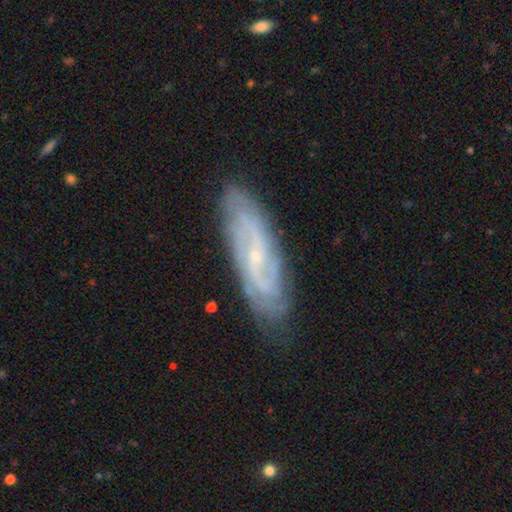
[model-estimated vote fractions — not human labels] smooth-or-featured: featured or disk: 81% | smooth: 12% | star or artifact: 6%
  disk-edge-on: no: 85% | yes: 15%
    bar: no: 44% | weak: 42% | strong: 14%
    has-spiral-arms: yes: 95% | no: 5%
      spiral-winding: tight: 47% | medium: 39% | loose: 15%
      spiral-arm-count: 2: 42% | can't tell: 29% | 3: 12% | 4: 8% | more than 4: 5% | 1: 4%
    bulge-size: small: 80% | moderate: 13% | none: 5% | large: 1% | dominant: 1%
  merging: none: 81% | minor disturbance: 14% | major disturbance: 3% | merger: 1%